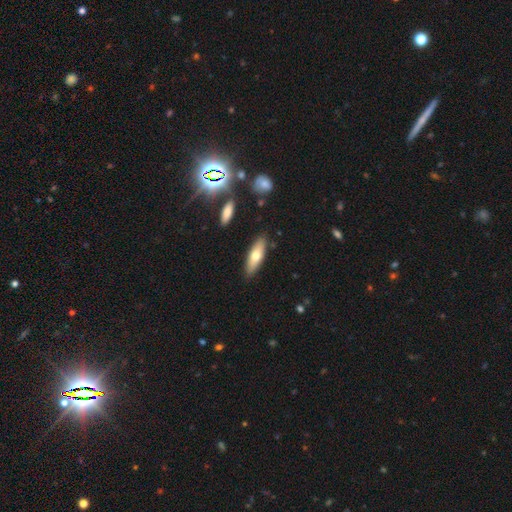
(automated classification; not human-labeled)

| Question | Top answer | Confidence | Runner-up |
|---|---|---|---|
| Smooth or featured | smooth | 65% | featured or disk (28%) |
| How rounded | in between | 53% | cigar-shaped (45%) |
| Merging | none | 86% | minor disturbance (10%) |